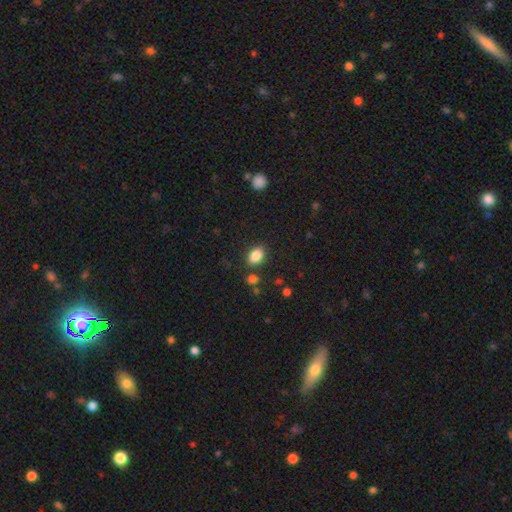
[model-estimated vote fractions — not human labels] A smooth galaxy with no disk features (86%) that is in between round and cigar-shaped (81%).

Vote fractions:
- Smooth or featured? smooth: 86% / star or artifact: 9% / featured or disk: 5%
- How rounded? in between: 81% / round: 18% / cigar-shaped: 1%
- Merging? none: 82% / minor disturbance: 11% / merger: 4% / major disturbance: 3%